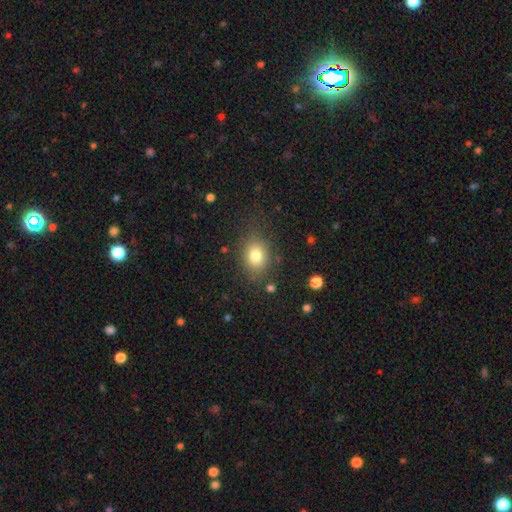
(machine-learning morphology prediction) This is likely a smooth galaxy (71%). How rounded: possibly in between (51%). Merging: clearly none (85%).